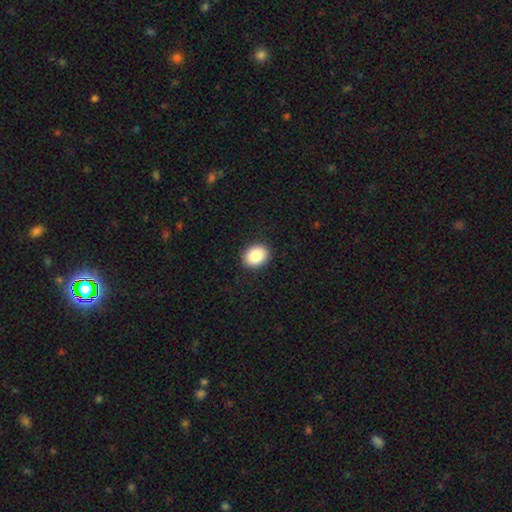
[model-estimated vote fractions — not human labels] Smooth or featured?
  - smooth: 86% *
  - star or artifact: 8%
  - featured or disk: 6%
How rounded?
  - in between: 55% *
  - round: 44%
  - cigar-shaped: 1%
Merging?
  - none: 91% *
  - minor disturbance: 6%
  - major disturbance: 2%
  - merger: 1%